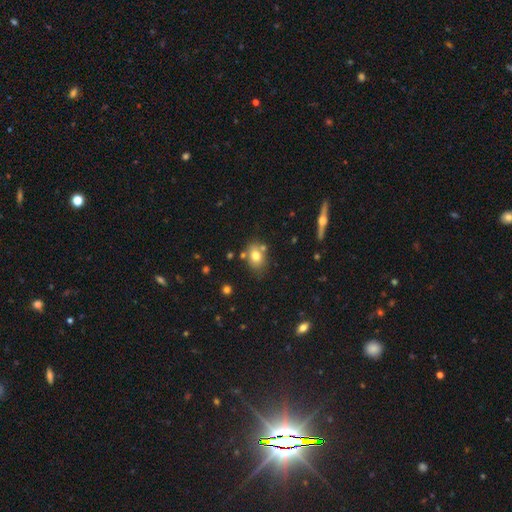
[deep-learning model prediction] This appears to be a smooth galaxy with no disk features (75%) that is in between round and cigar-shaped (71%). Merging: none (69%).